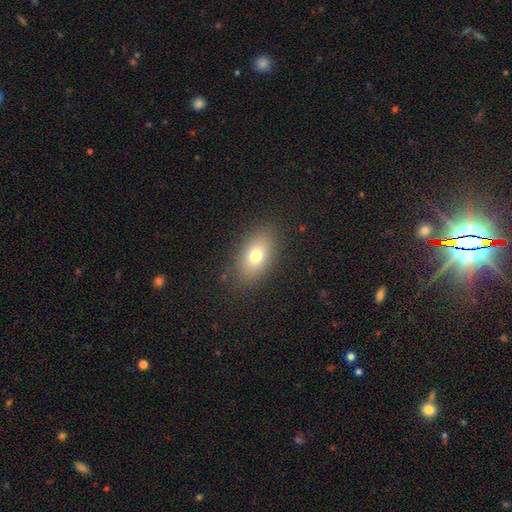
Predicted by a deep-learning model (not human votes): A smooth galaxy with no disk features (73%) that is in between round and cigar-shaped (86%).

Vote fractions:
- Smooth or featured? smooth: 73% / featured or disk: 15% / star or artifact: 11%
- How rounded? in between: 86% / round: 12% / cigar-shaped: 3%
- Merging? none: 85% / minor disturbance: 10% / major disturbance: 4% / merger: 1%